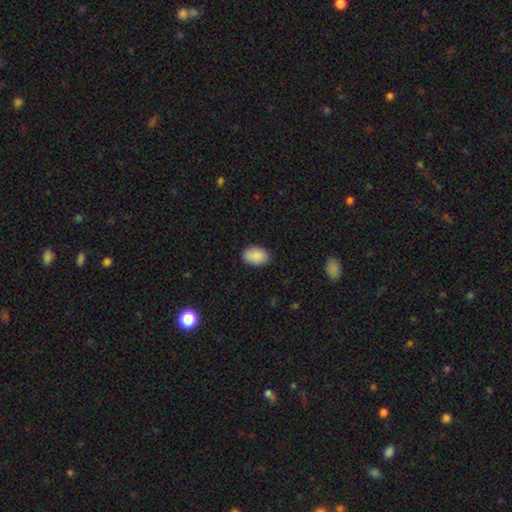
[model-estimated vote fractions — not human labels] Overall: smooth (90%). How rounded: in between (85%). Merging: none (89%).